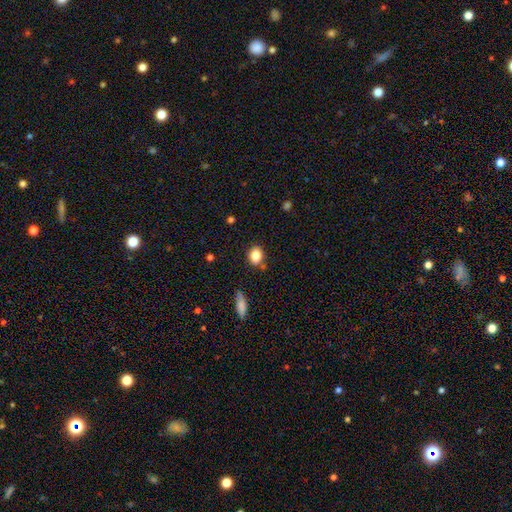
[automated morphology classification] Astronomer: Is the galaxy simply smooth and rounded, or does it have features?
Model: smooth — 84%.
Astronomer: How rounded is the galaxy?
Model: in between — 54% (runner-up: round, 45%).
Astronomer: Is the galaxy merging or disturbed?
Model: none — 82%.